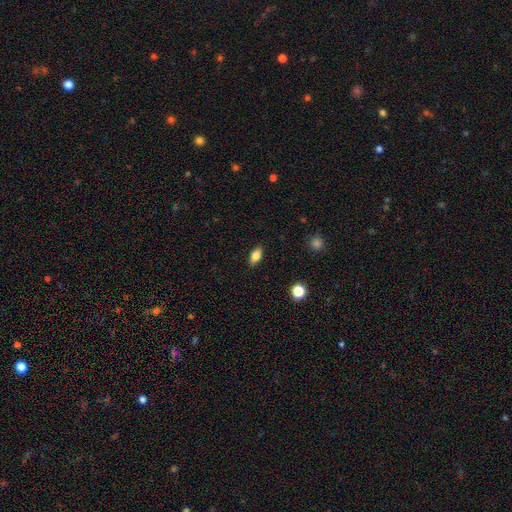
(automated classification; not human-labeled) Smooth or featured?
  - smooth: 79% *
  - featured or disk: 12%
  - star or artifact: 9%
How rounded?
  - in between: 87% *
  - cigar-shaped: 7%
  - round: 6%
Merging?
  - none: 88% *
  - minor disturbance: 9%
  - major disturbance: 2%
  - merger: 1%